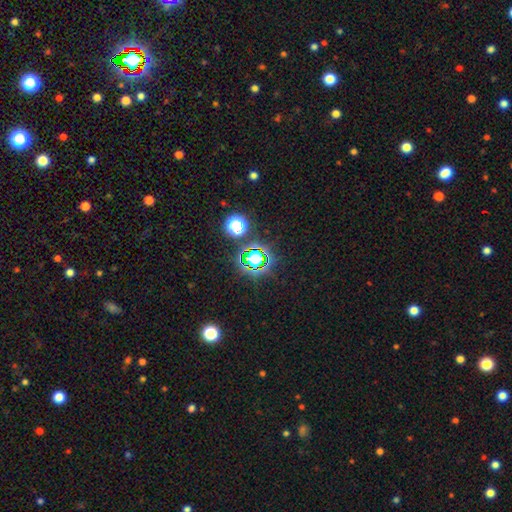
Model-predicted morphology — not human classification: A star or artifact, not a galaxy (72%).